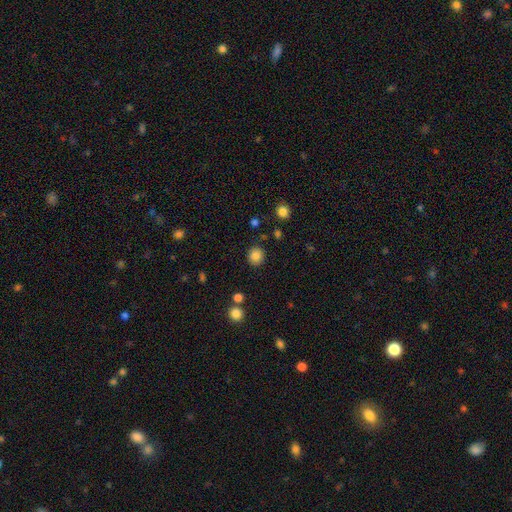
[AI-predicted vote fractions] Smooth or featured: smooth — 83% (star or artifact — 11%)
How rounded: round — 87% (in between — 12%)
Merging: none — 88% (minor disturbance — 7%)